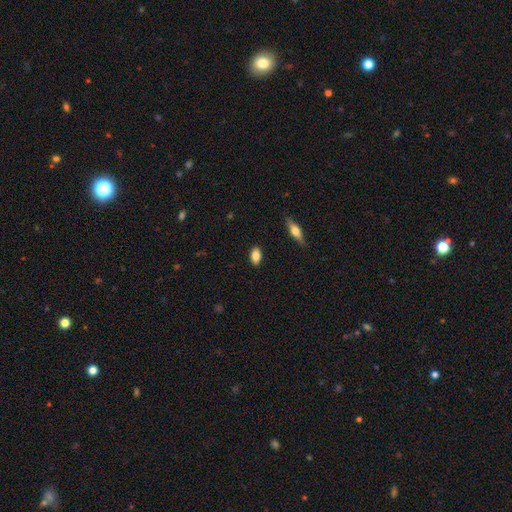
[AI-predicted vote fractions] A smooth galaxy with no disk features (84%) that is in between round and cigar-shaped (89%).

Vote fractions:
- Smooth or featured? smooth: 84% / featured or disk: 9% / star or artifact: 7%
- How rounded? in between: 89% / round: 6% / cigar-shaped: 5%
- Merging? none: 88% / minor disturbance: 8% / major disturbance: 2% / merger: 1%